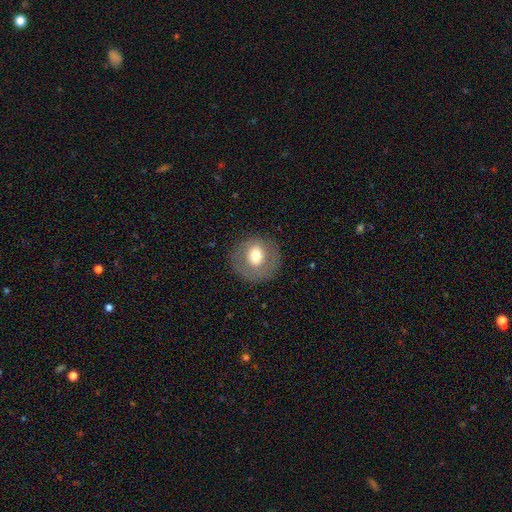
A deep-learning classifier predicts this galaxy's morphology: type=smooth (61%); roundness=round (87%); merging=none (82%).